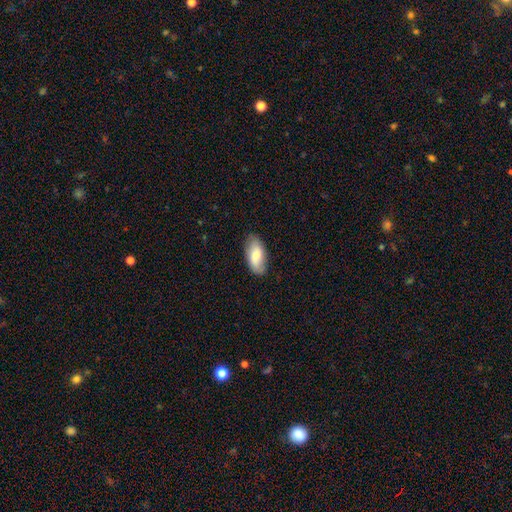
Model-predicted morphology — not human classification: Smooth or featured: smooth — 73% (featured or disk — 21%)
How rounded: in between — 92% (cigar-shaped — 6%)
Merging: none — 84% (minor disturbance — 13%)